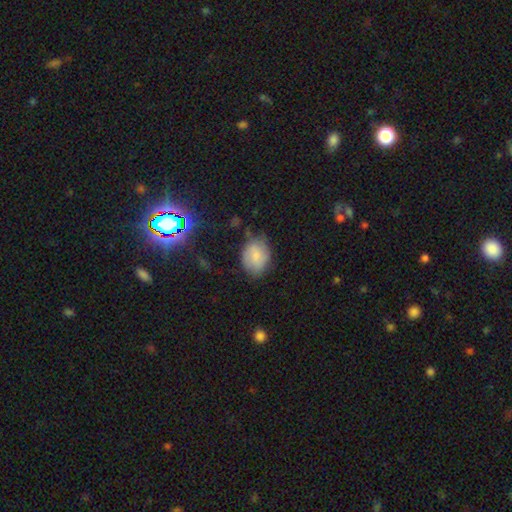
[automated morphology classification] type=smooth (76%); roundness=in between (64%); merging=none (65%).